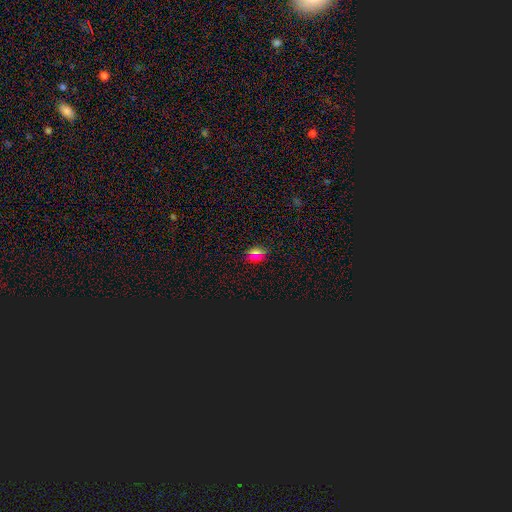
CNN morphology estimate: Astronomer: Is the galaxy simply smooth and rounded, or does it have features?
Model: smooth — 53% (runner-up: star or artifact, 39%).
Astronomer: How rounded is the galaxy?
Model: in between — 52% (runner-up: round, 42%).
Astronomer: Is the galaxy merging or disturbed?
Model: none — 84%.